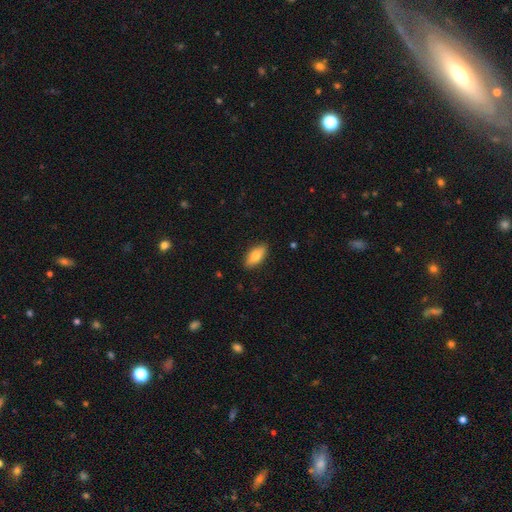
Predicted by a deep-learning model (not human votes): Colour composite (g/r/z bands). It shows a smooth galaxy with no disk features (78%) that is in between round and cigar-shaped (84%). Merging: none (88%).